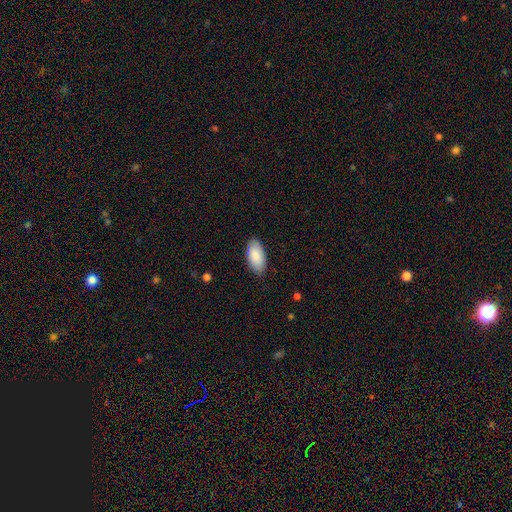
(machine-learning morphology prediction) This appears to be a smooth galaxy with no disk features (87%) that is in between round and cigar-shaped (95%). Merging: none (85%).